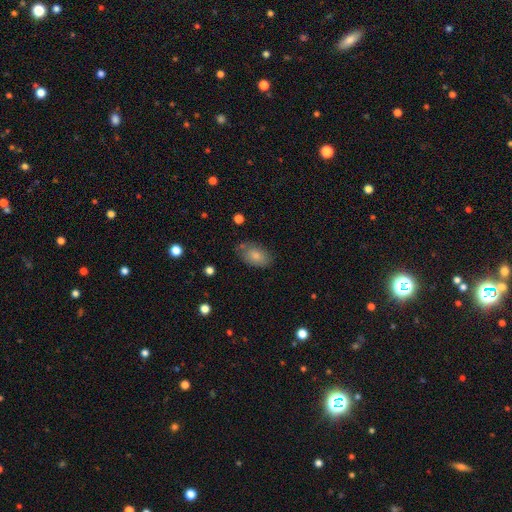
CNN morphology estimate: smooth_or_featured: smooth (p=0.81) [alt: featured or disk p=0.11]
how_rounded: in between (p=0.91) [alt: round p=0.07]
merging: none (p=0.71) [alt: minor disturbance p=0.20]